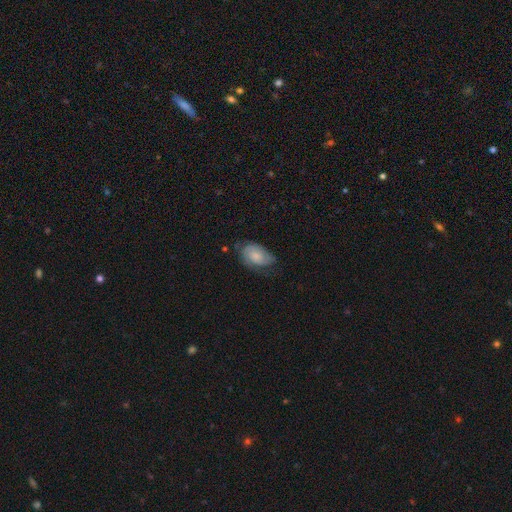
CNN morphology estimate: A smooth galaxy with no disk features (65%) that is in between round and cigar-shaped (91%). Merging: none (53%).